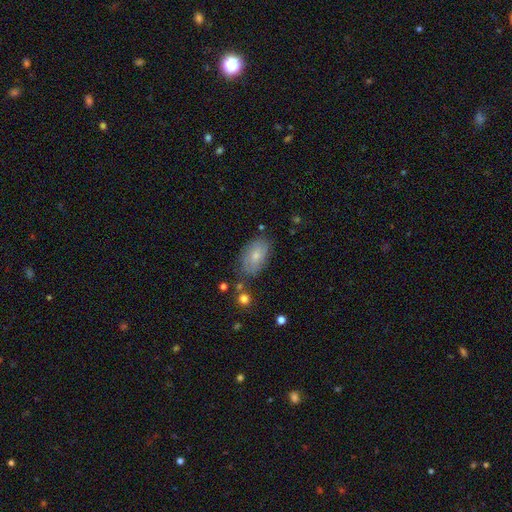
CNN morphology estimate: Overall: smooth (68%). How rounded: in between (92%). Merging: none (71%).